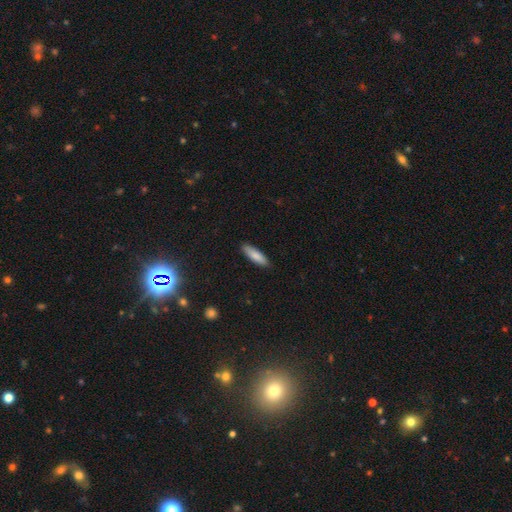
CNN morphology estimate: smooth_or_featured: smooth (p=0.84) [alt: featured or disk p=0.10]
how_rounded: cigar-shaped (p=0.61) [alt: in between p=0.38]
merging: none (p=0.89) [alt: minor disturbance p=0.08]